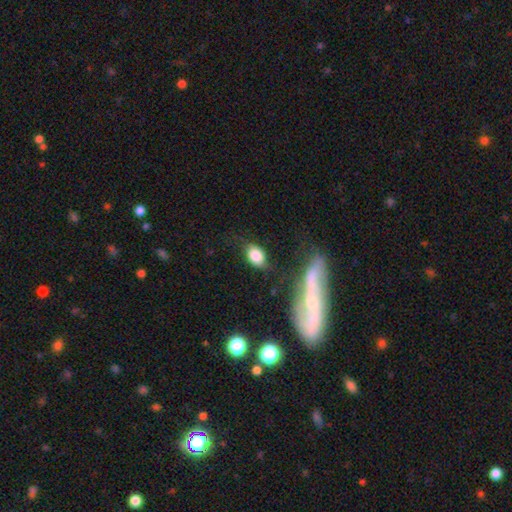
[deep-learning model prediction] smooth-or-featured: smooth: 80% | featured or disk: 12% | star or artifact: 8%
  how-rounded: in between: 77% | round: 21% | cigar-shaped: 2%
  merging: none: 60% | minor disturbance: 25% | major disturbance: 9% | merger: 6%